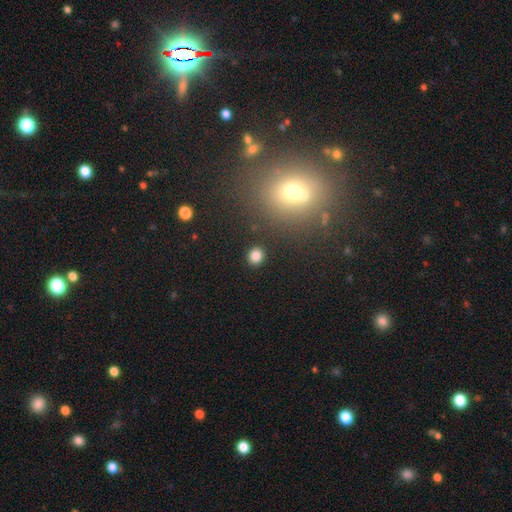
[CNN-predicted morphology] A smooth galaxy with no disk features (83%) that is round (80%). Merging: none (89%).